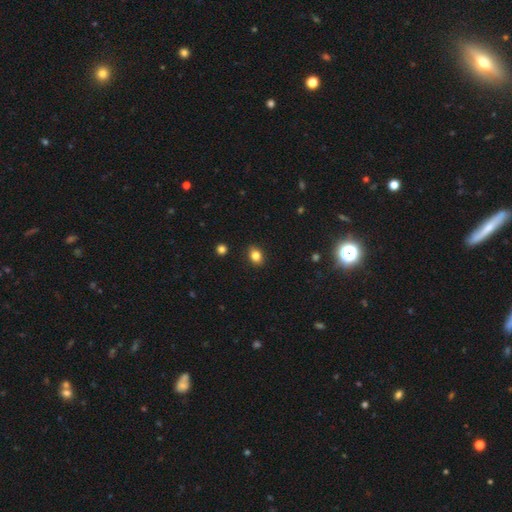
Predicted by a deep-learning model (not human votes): smooth 82%, star or artifact 11%, featured or disk 7%. Down the decision tree: how rounded — in between (59%); merging — none (88%).